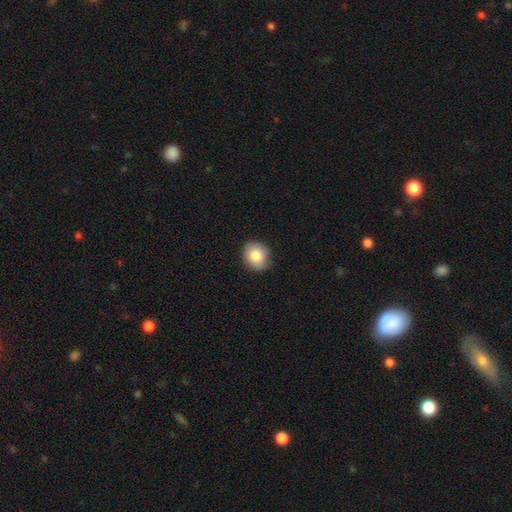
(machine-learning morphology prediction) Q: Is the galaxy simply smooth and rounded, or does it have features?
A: smooth — 82%.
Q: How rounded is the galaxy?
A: round — 78%.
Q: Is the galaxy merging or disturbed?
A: none — 81%.